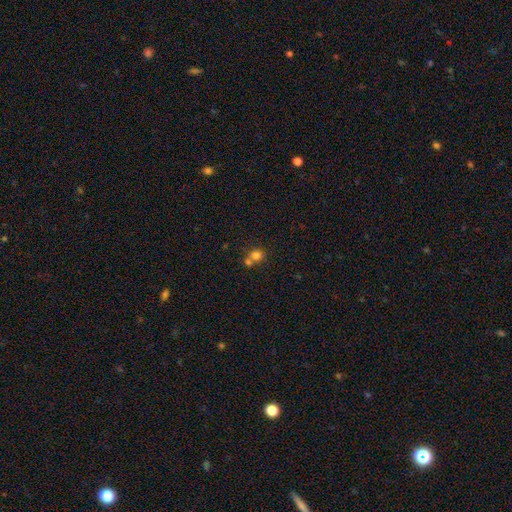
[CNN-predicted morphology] smooth-or-featured: smooth: 78% | star or artifact: 13% | featured or disk: 10%
  how-rounded: round: 78% | in between: 21% | cigar-shaped: 1%
  merging: merger: 47% | none: 43% | minor disturbance: 7% | major disturbance: 3%